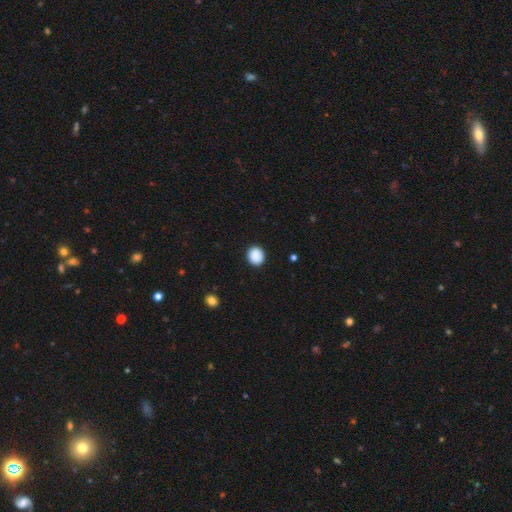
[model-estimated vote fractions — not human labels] The model was most divided on "how rounded": round: 85%, in between: 14%, cigar-shaped: 1%. More confident: merging — none (91%); smooth or featured — smooth (89%).